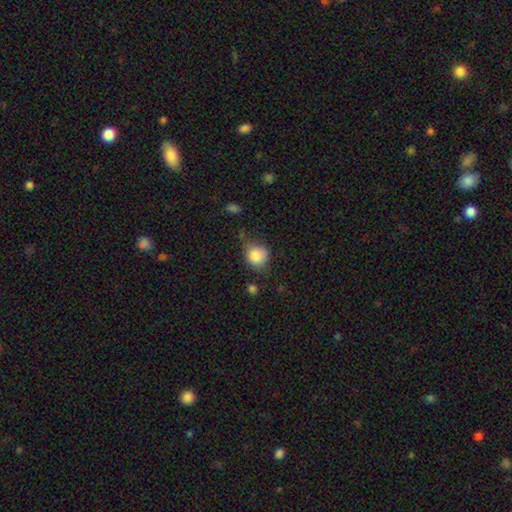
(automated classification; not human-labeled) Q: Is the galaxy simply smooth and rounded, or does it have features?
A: smooth — 85%.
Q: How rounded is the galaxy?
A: round — 79%.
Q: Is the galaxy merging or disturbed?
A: none — 63%.